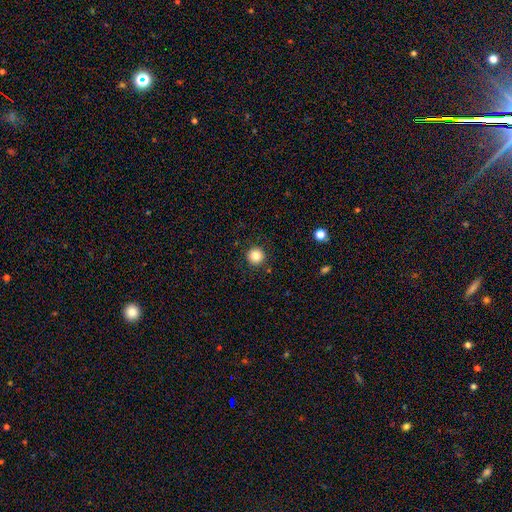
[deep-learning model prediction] Q: Smooth or featured?
A: smooth (84%); runner-up: star or artifact (11%)
Q: How rounded?
A: round (96%); runner-up: in between (3%)
Q: Merging?
A: none (92%); runner-up: minor disturbance (5%)